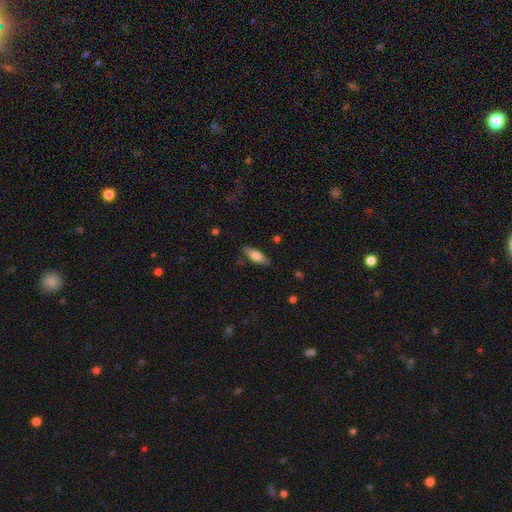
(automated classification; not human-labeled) smooth 63%, featured or disk 30%, star or artifact 6%. Down the decision tree: how rounded — in between (51%); merging — none (83%).